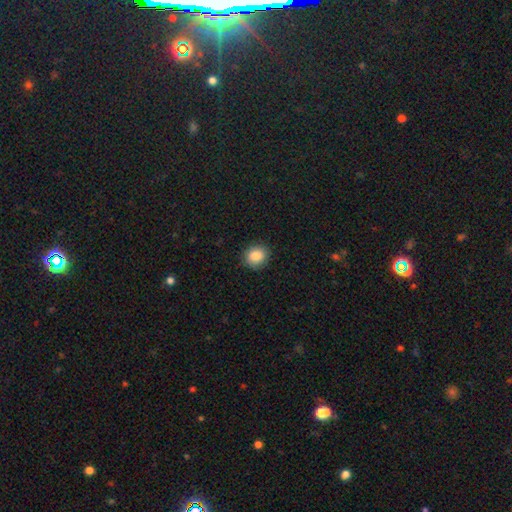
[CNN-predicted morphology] Smooth or featured? smooth (87%)
How rounded? round (77%)
Merging? none (89%)